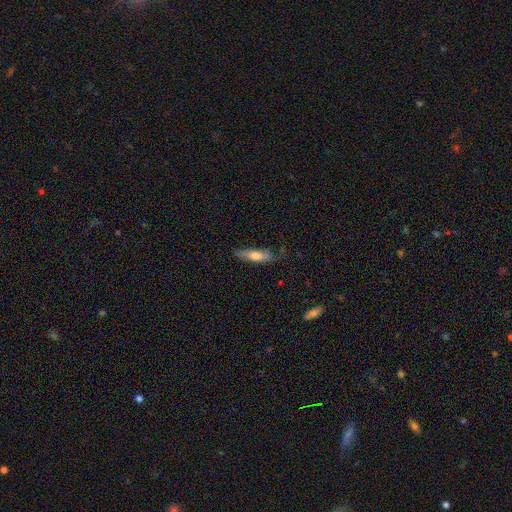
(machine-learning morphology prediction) Smooth or featured? smooth (62%)
How rounded? cigar-shaped (71%)
Merging? none (71%)